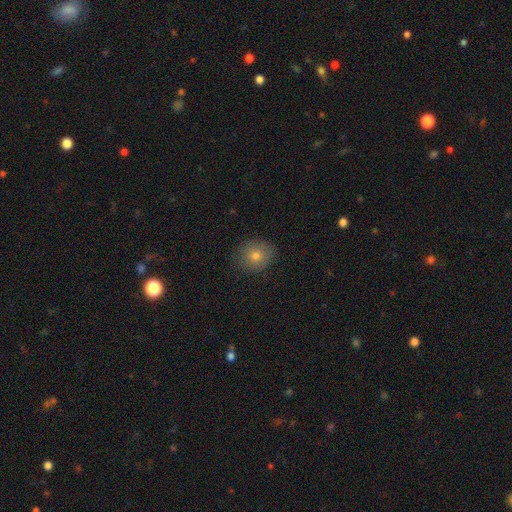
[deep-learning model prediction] A smooth galaxy with no disk features (73%) that is round (78%).

Vote fractions:
- Smooth or featured? smooth: 73% / featured or disk: 14% / star or artifact: 13%
- How rounded? round: 78% / in between: 21% / cigar-shaped: 1%
- Merging? none: 81% / minor disturbance: 14% / major disturbance: 3% / merger: 1%